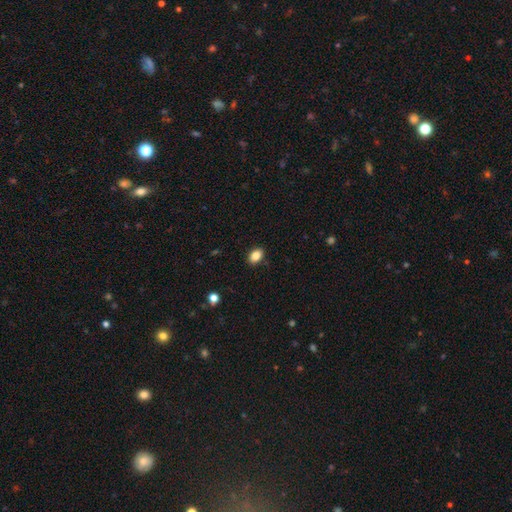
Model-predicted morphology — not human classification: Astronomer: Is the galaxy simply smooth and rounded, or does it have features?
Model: smooth — 86%.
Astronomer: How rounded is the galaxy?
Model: in between — 81%.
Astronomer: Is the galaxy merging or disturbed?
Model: none — 89%.